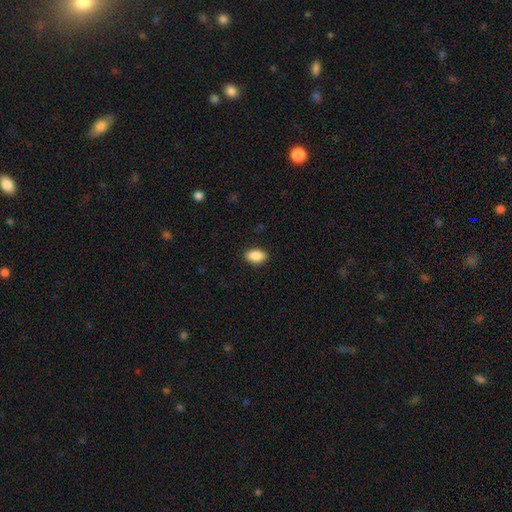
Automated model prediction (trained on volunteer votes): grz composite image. It shows a smooth galaxy with no disk features (88%) that is in between round and cigar-shaped (89%). Merging: none (89%).